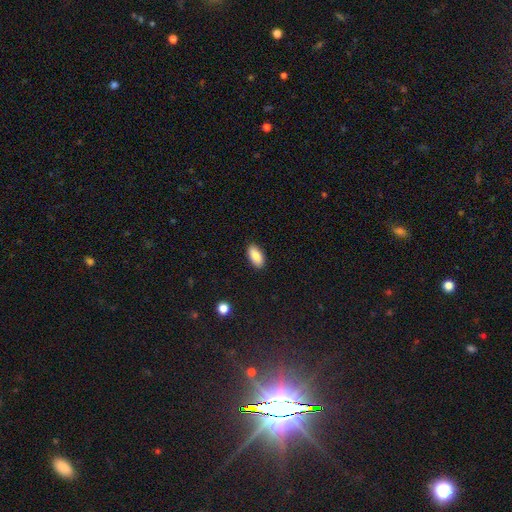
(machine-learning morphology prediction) Smooth or featured?
  - smooth: 87% *
  - star or artifact: 7%
  - featured or disk: 6%
How rounded?
  - in between: 91% *
  - cigar-shaped: 6%
  - round: 3%
Merging?
  - none: 89% *
  - minor disturbance: 8%
  - major disturbance: 2%
  - merger: 1%